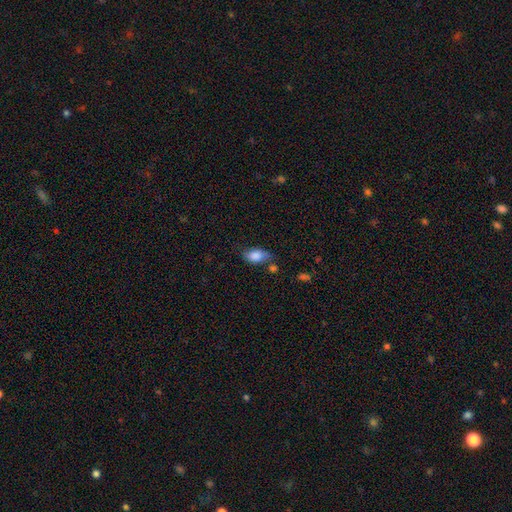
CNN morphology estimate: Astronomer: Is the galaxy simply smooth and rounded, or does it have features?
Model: smooth — 80%.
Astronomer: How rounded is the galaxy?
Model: in between — 88%.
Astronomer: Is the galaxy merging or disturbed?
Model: none — 55%.